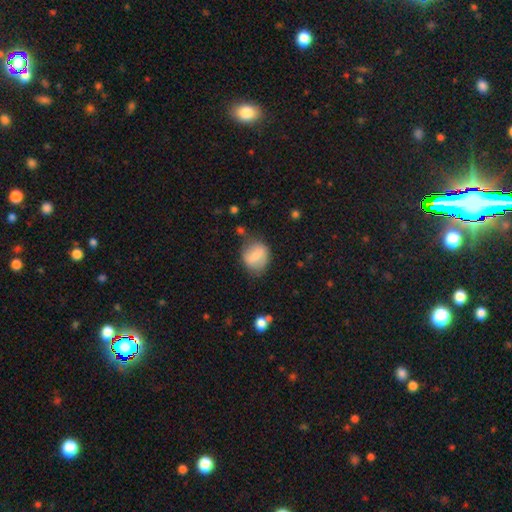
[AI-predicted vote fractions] Smooth or featured? smooth (62%)
How rounded? round (66%)
Merging? none (68%)